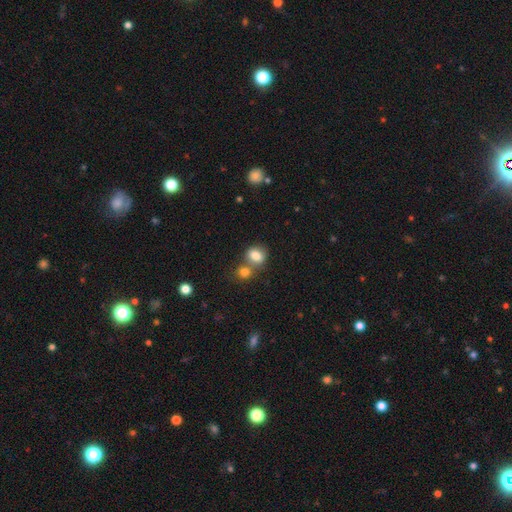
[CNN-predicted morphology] A smooth galaxy with no disk features (82%) that is round (54%).

Vote fractions:
- Smooth or featured? smooth: 82% / star or artifact: 10% / featured or disk: 9%
- How rounded? round: 54% / in between: 45% / cigar-shaped: 1%
- Merging? none: 46% / merger: 39% / minor disturbance: 11% / major disturbance: 4%